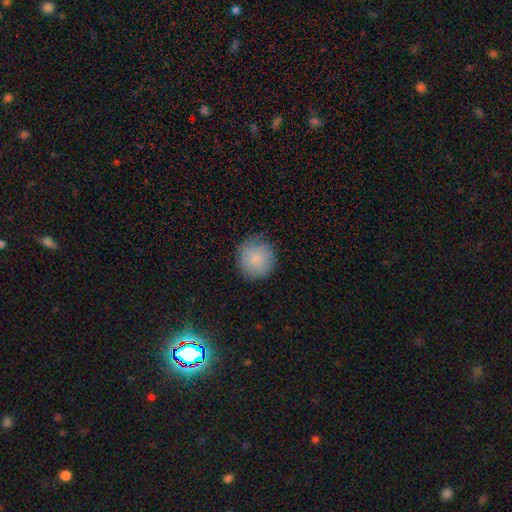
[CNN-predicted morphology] This is clearly a smooth galaxy (83%). How rounded: clearly round (89%). Merging: likely none (77%).